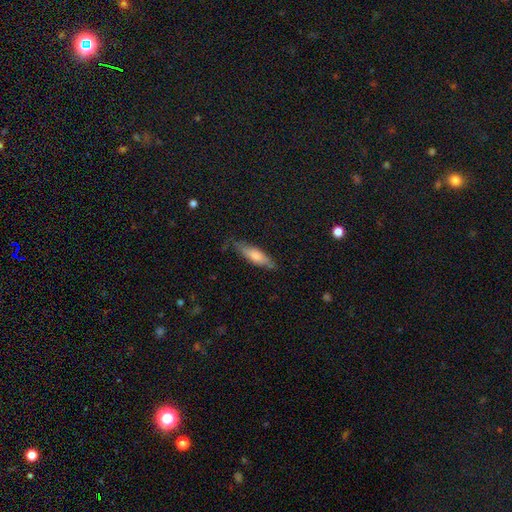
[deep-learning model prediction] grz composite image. It shows a smooth galaxy with no disk features (68%) that is cigar-shaped (55%). Merging: none (70%).